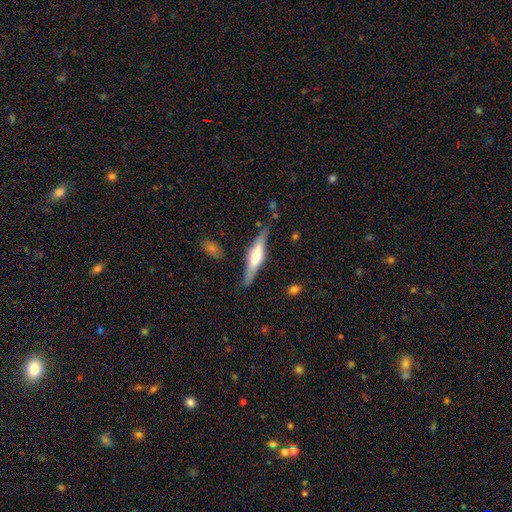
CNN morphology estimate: This is possibly a featured or disk galaxy (60%). It is clearly viewed edge-on (93%). Edge-on bulge: likely rounded (78%). Merging: clearly none (81%).